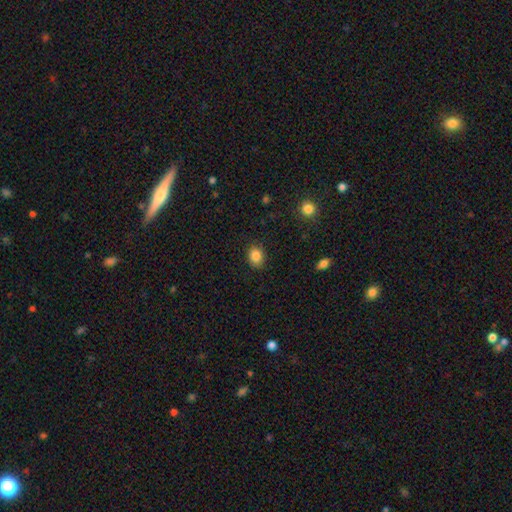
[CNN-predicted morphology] Q: Smooth or featured?
A: smooth (86%); runner-up: star or artifact (9%)
Q: How rounded?
A: in between (50%); tied with: round (50%)
Q: Merging?
A: none (86%); runner-up: minor disturbance (11%)